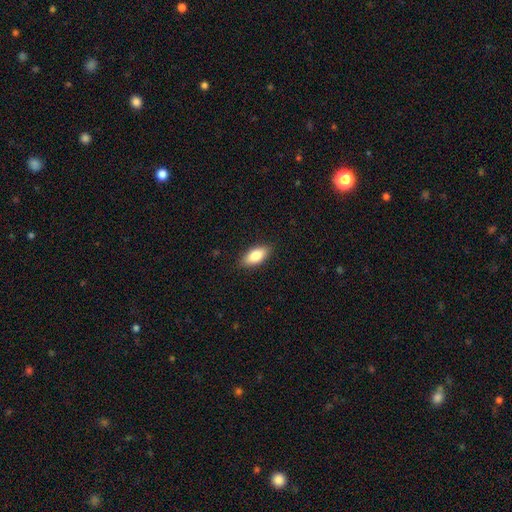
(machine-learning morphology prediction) A smooth galaxy with no disk features (82%) that is in between round and cigar-shaped (87%). Merging: none (87%).